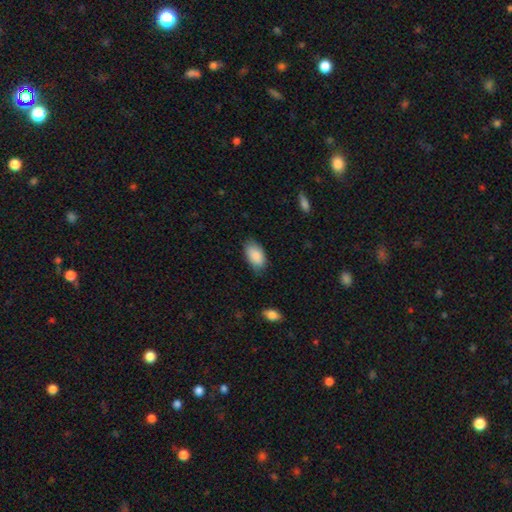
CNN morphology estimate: This is clearly a smooth galaxy (88%). How rounded: clearly in between (94%). Merging: likely none (76%).